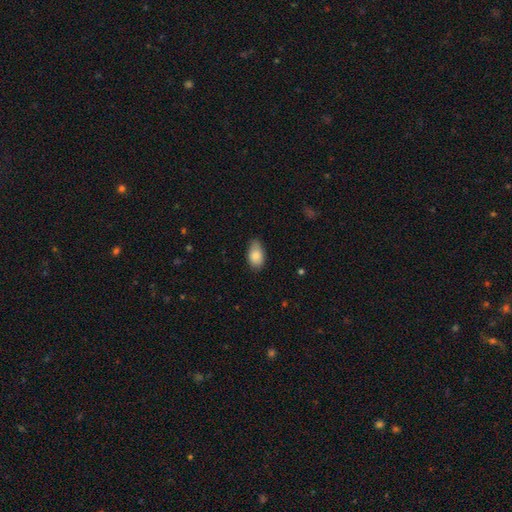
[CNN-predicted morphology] A smooth galaxy with no disk features (85%) that is in between round and cigar-shaped (92%).

Vote fractions:
- Smooth or featured? smooth: 85% / featured or disk: 8% / star or artifact: 7%
- How rounded? in between: 92% / round: 6% / cigar-shaped: 2%
- Merging? none: 70% / minor disturbance: 25% / major disturbance: 4% / merger: 1%